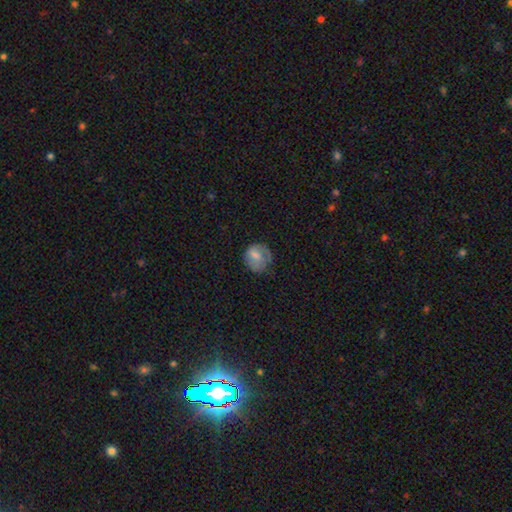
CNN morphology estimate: Smooth or featured? Predicted: smooth (p=0.66). How rounded? Predicted: round (p=0.79). Merging? Predicted: none (p=0.56).